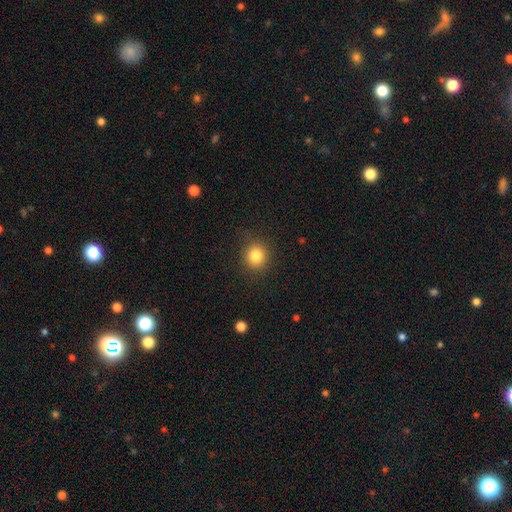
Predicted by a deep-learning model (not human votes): Smooth or featured: smooth — 83% (star or artifact — 11%)
How rounded: round — 89% (in between — 10%)
Merging: none — 87% (minor disturbance — 9%)